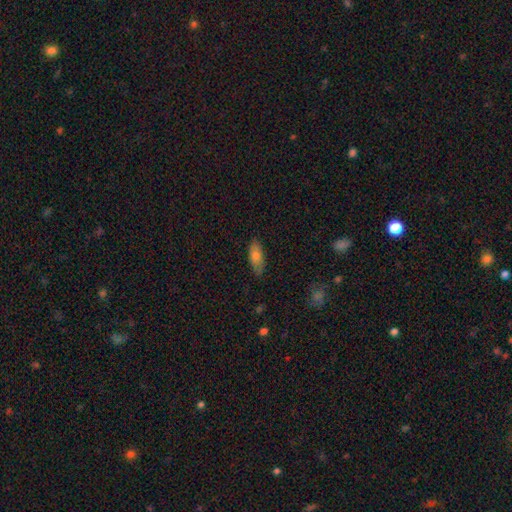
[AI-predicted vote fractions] The model was most divided on "how rounded": in between: 72%, cigar-shaped: 26%, round: 2%. More confident: merging — none (81%); smooth or featured — smooth (75%).